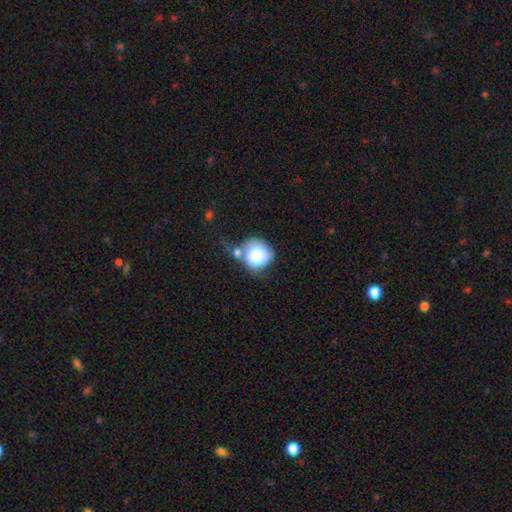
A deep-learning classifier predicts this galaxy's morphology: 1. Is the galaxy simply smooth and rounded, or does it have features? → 81% smooth, 12% featured or disk, 8% star or artifact.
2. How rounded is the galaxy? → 81% round, 18% in between, 1% cigar-shaped.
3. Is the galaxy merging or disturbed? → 33% none, 32% merger, 21% minor disturbance, 14% major disturbance.